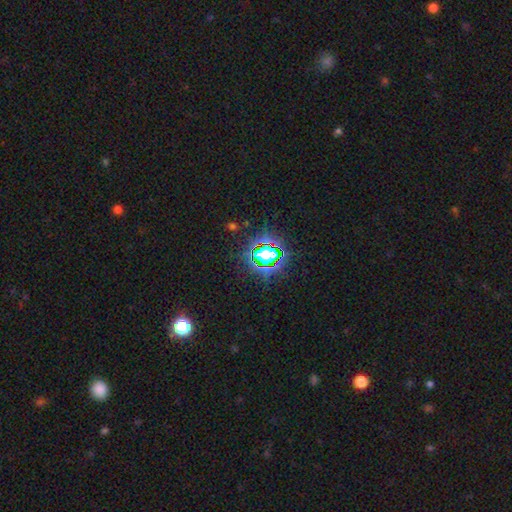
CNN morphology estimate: Q: Smooth or featured?
A: star or artifact (74%); runner-up: smooth (18%)